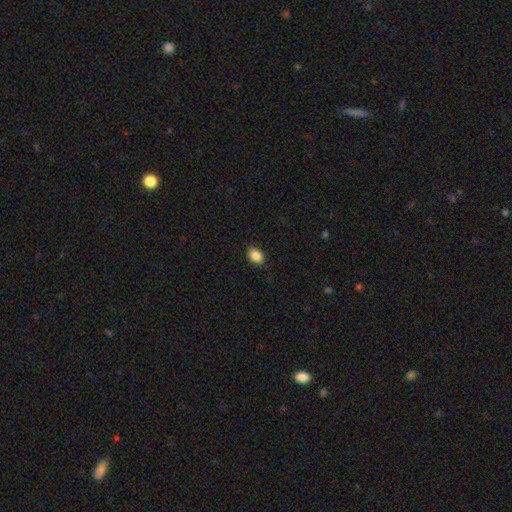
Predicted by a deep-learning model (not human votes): Smooth or featured? Predicted: smooth (p=0.88). How rounded? Predicted: in between (p=0.80). Merging? Predicted: none (p=0.88).